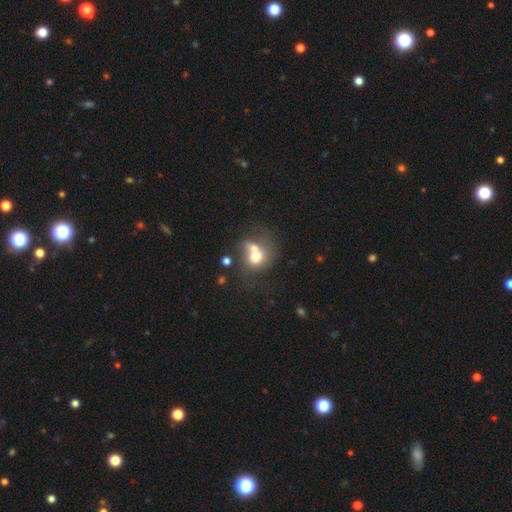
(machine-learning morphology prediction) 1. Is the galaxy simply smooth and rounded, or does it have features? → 61% smooth, 28% featured or disk, 10% star or artifact.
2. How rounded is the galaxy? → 57% round, 41% in between, 1% cigar-shaped.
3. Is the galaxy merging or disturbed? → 63% merger, 18% none, 10% major disturbance, 9% minor disturbance.